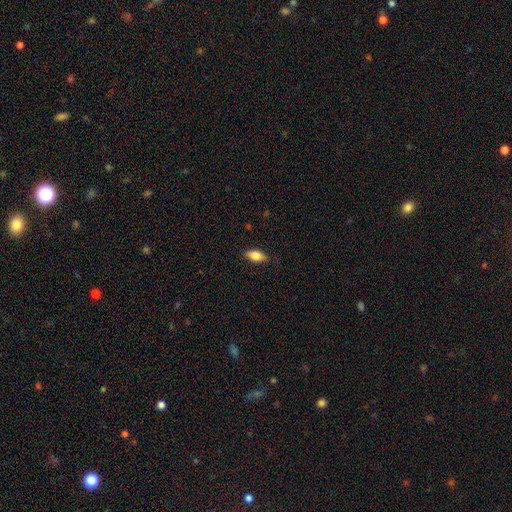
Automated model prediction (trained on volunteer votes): This is likely a smooth galaxy (74%). How rounded: clearly in between (85%). Merging: clearly none (85%).